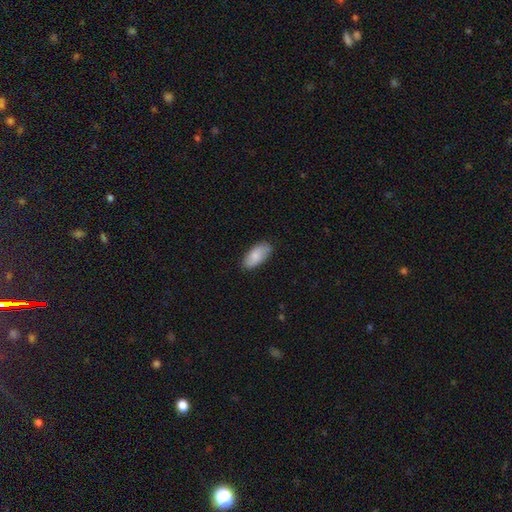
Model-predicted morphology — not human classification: Overall: smooth (83%). How rounded: in between (91%). Merging: none (82%).